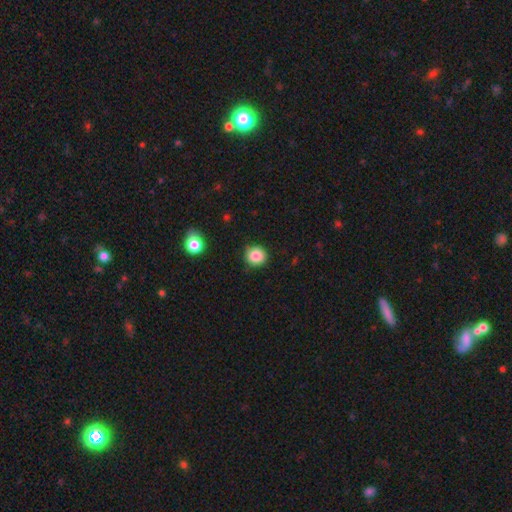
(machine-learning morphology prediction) Smooth or featured: smooth — 85% (star or artifact — 10%)
How rounded: round — 92% (in between — 7%)
Merging: none — 86% (minor disturbance — 10%)